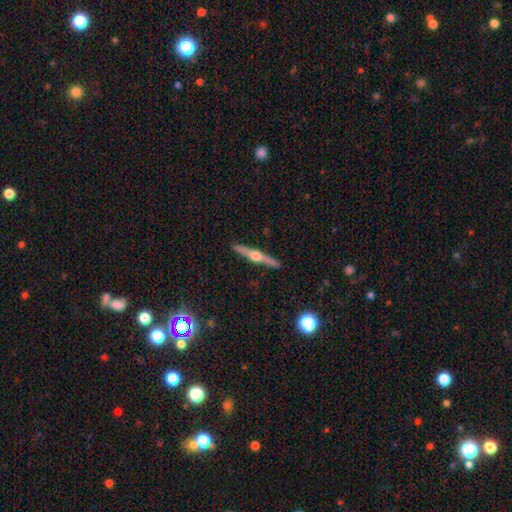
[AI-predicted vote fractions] This is likely a featured or disk galaxy (77%). It is clearly viewed edge-on (98%). Edge-on bulge: clearly rounded (95%). Merging: clearly none (92%).